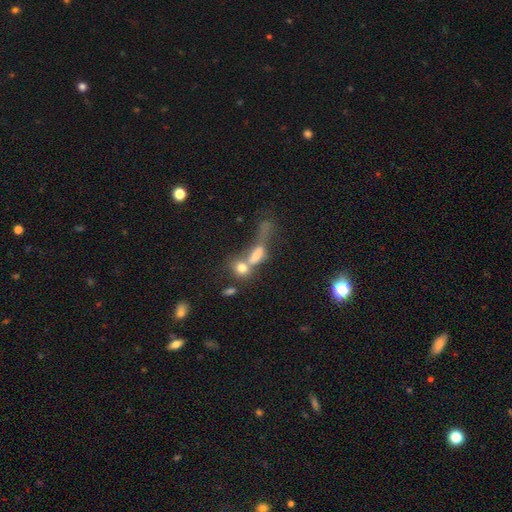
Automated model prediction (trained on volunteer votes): smooth_or_featured: smooth (p=0.52) [alt: featured or disk p=0.29]
how_rounded: in between (p=0.50) [alt: round p=0.28]
merging: merger (p=0.59) [alt: none p=0.17]